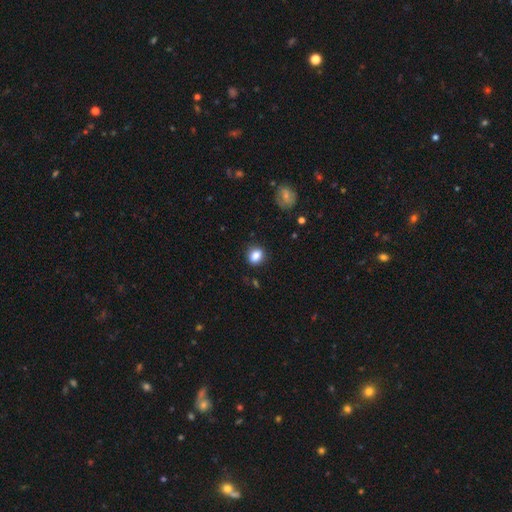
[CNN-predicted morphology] Smooth or featured: smooth — 85% (star or artifact — 9%)
How rounded: in between — 54% (round — 45%)
Merging: none — 84% (minor disturbance — 12%)